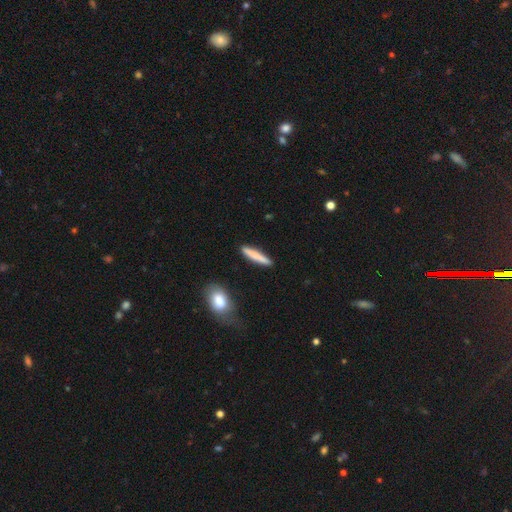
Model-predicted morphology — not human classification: A smooth galaxy with no disk features (75%) that is cigar-shaped (92%).

Vote fractions:
- Smooth or featured? smooth: 75% / featured or disk: 20% / star or artifact: 6%
- How rounded? cigar-shaped: 92% / in between: 6% / round: 2%
- Merging? none: 88% / minor disturbance: 8% / merger: 2% / major disturbance: 2%